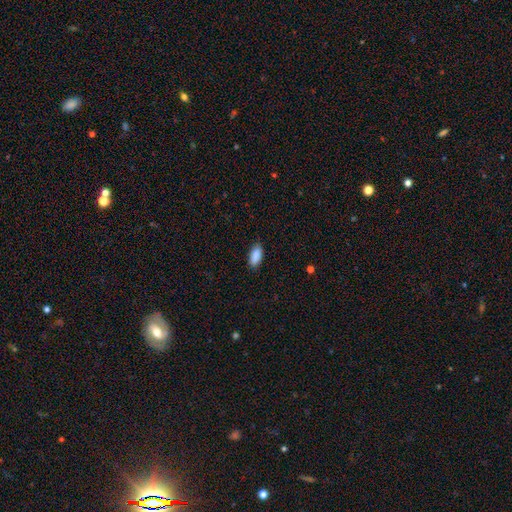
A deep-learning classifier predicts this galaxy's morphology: This appears to be a smooth galaxy with no disk features (90%) that is in between round and cigar-shaped (88%). Merging: none (84%).